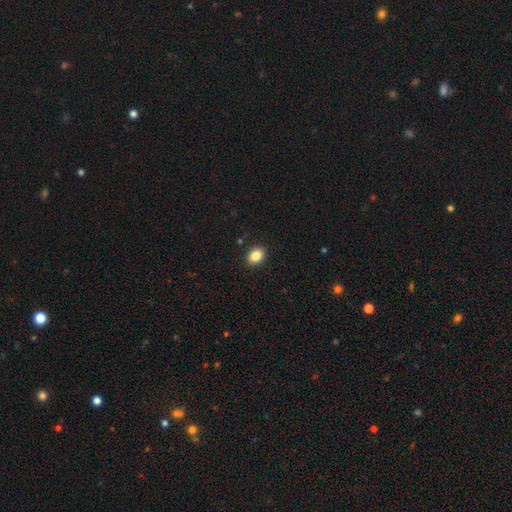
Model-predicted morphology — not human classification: A smooth galaxy with no disk features (85%) that is in between round and cigar-shaped (66%). Merging: none (91%).